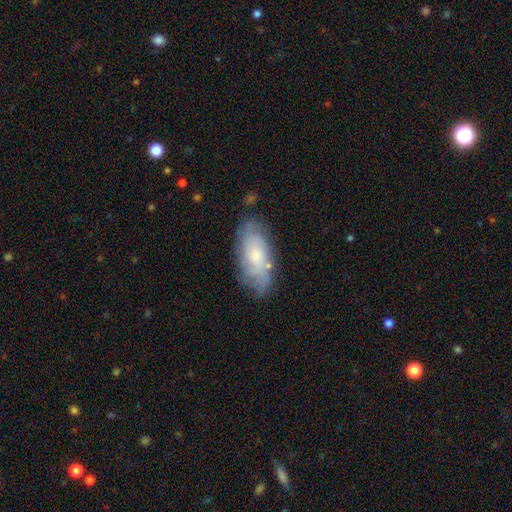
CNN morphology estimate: A featured or disk galaxy (63%) with no bar (74%), spiral arms (86%) and a small central bulge (55%). Merging: none (74%).